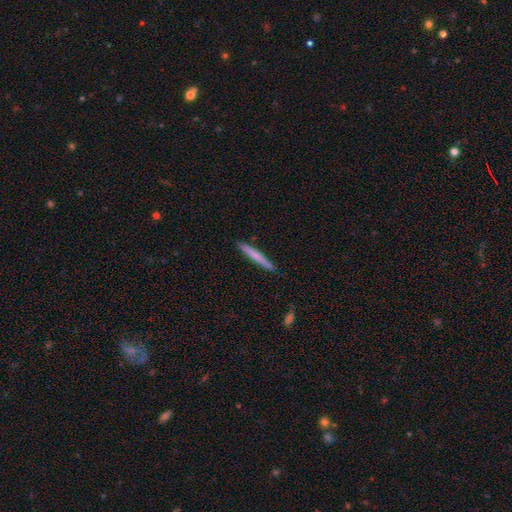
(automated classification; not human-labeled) A smooth galaxy with no disk features (67%) that is cigar-shaped (96%).

Vote fractions:
- Smooth or featured? smooth: 67% / featured or disk: 27% / star or artifact: 5%
- How rounded? cigar-shaped: 96% / in between: 3% / round: 1%
- Merging? none: 90% / minor disturbance: 8% / major disturbance: 1% / merger: 1%